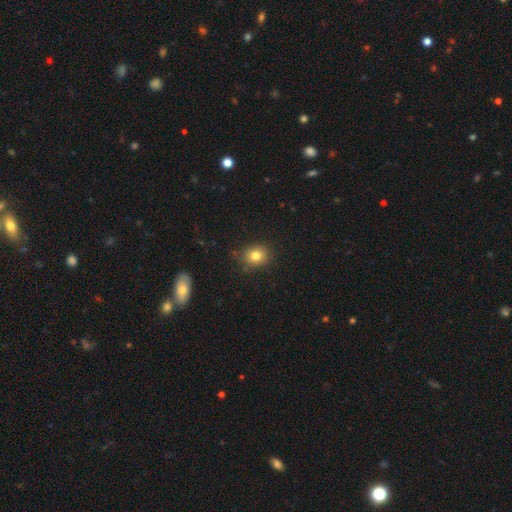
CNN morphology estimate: A smooth galaxy with no disk features (81%) that is round (71%).

Vote fractions:
- Smooth or featured? smooth: 81% / star or artifact: 12% / featured or disk: 8%
- How rounded? round: 71% / in between: 28% / cigar-shaped: 1%
- Merging? none: 84% / minor disturbance: 11% / major disturbance: 3% / merger: 1%